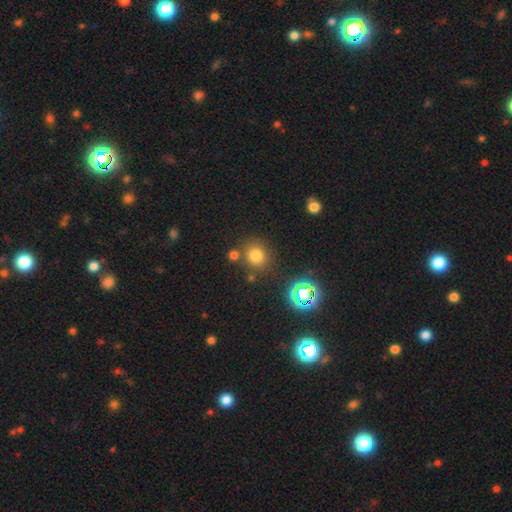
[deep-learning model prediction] Q: Smooth or featured?
A: smooth (74%); runner-up: star or artifact (20%)
Q: How rounded?
A: round (85%); runner-up: in between (14%)
Q: Merging?
A: none (78%); runner-up: minor disturbance (10%)